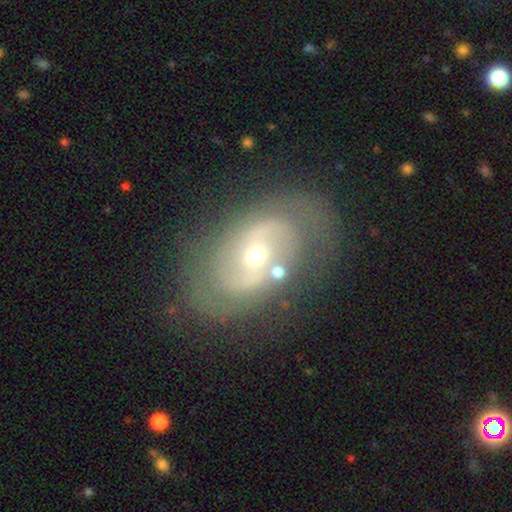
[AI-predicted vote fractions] The model was most divided on "bulge size": small: 49%, moderate: 47%, large: 2%, dominant: 1%, none: 1%. Remaining: edge-on disk — no (96%); spiral arms — yes (85%); spiral arm count — 2 (84%); smooth or featured — featured or disk (81%); merging — none (75%); bar — no (50%); spiral winding — medium (47%).